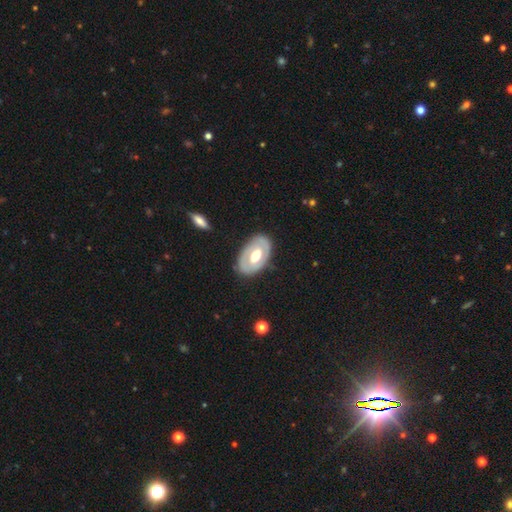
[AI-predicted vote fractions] This is possibly a featured or disk galaxy (57%). It is clearly not viewed edge-on (90%). Bar: possibly no (58%). Spiral arm pattern: likely no (76%). Central bulge: likely moderate (63%). Merging: clearly none (80%).